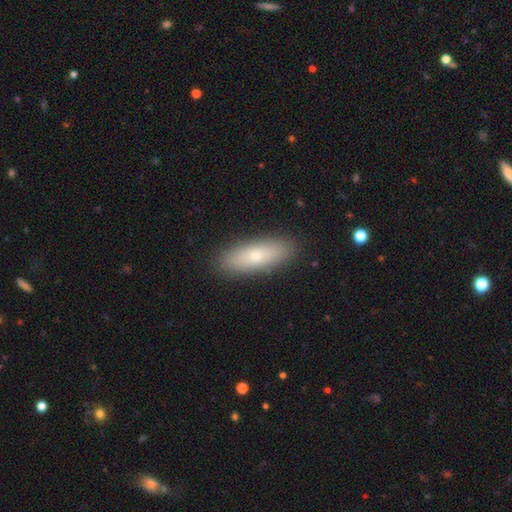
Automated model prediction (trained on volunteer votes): smooth-or-featured: smooth: 71% | featured or disk: 23% | star or artifact: 7%
  how-rounded: in between: 57% | cigar-shaped: 40% | round: 3%
  merging: none: 89% | minor disturbance: 8% | major disturbance: 2% | merger: 1%